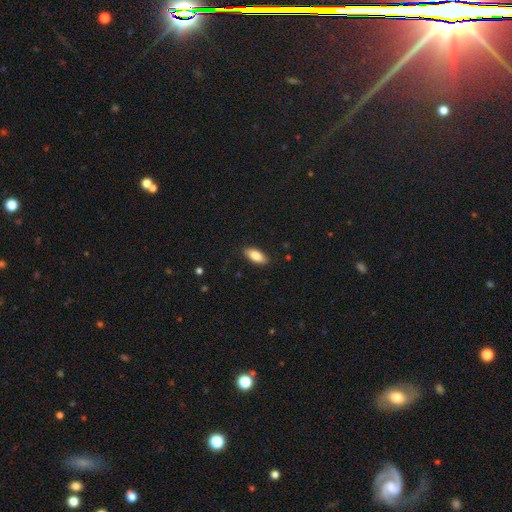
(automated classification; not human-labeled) Smooth or featured?
  - smooth: 85% *
  - featured or disk: 9%
  - star or artifact: 6%
How rounded?
  - in between: 85% *
  - cigar-shaped: 13%
  - round: 2%
Merging?
  - none: 86% *
  - minor disturbance: 10%
  - major disturbance: 2%
  - merger: 1%